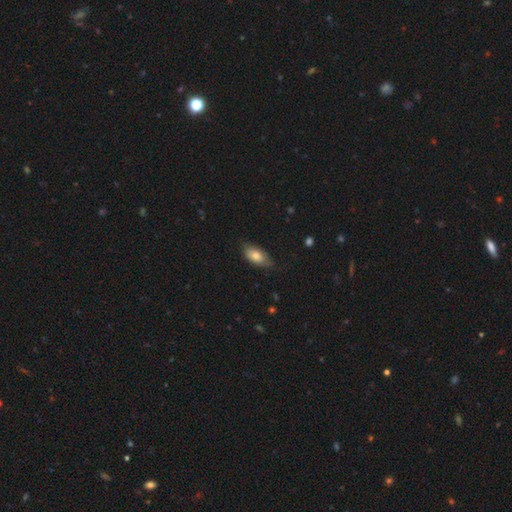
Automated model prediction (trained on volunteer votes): smooth_or_featured: smooth (p=0.75) [alt: featured or disk p=0.18]
how_rounded: in between (p=0.91) [alt: cigar-shaped p=0.05]
merging: none (p=0.71) [alt: minor disturbance p=0.24]